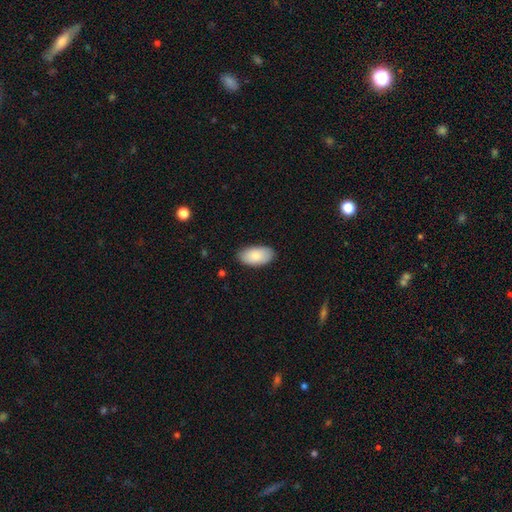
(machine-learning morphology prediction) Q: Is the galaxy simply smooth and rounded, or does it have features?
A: smooth — 85%.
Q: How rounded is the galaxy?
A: in between — 96%.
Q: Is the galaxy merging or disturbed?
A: none — 85%.